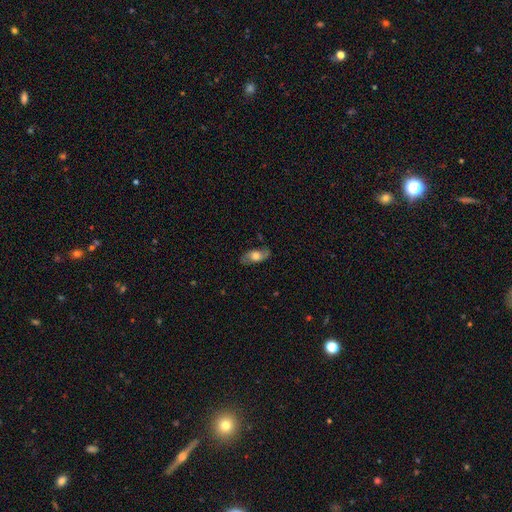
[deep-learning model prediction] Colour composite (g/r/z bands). It shows a smooth galaxy with no disk features (47%). Merging: none (76%).